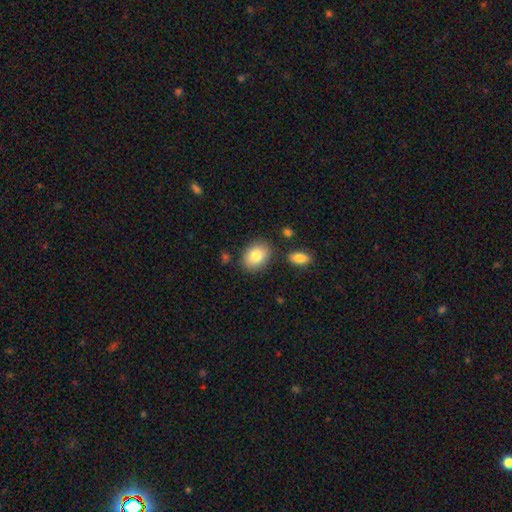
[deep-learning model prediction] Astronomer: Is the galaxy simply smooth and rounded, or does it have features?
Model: smooth — 83%.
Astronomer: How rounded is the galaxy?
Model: in between — 74%.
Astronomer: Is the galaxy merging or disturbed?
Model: none — 81%.